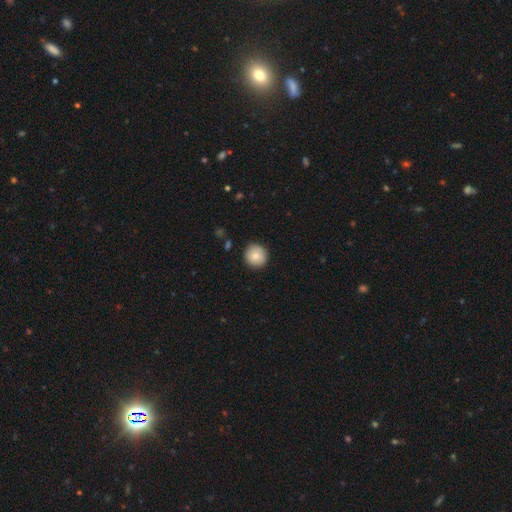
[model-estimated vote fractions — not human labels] Morphology: type=smooth (78%); roundness=round (92%); merging=none (88%).